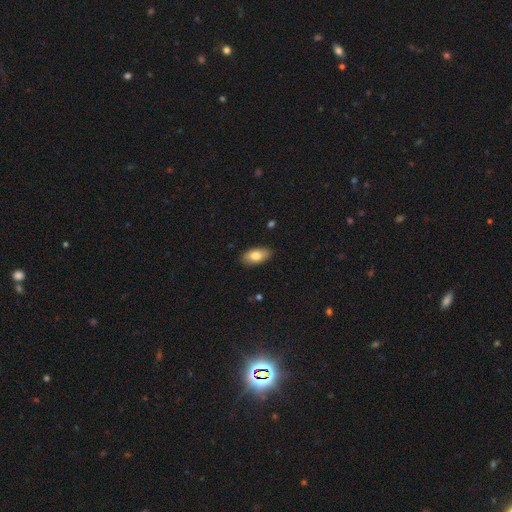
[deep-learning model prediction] Overall: smooth (80%). How rounded: in between (92%). Merging: none (88%).